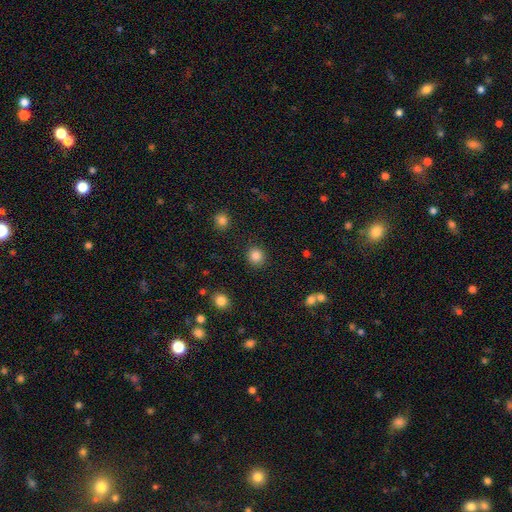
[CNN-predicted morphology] A smooth galaxy with no disk features (86%) that is round (89%).

Vote fractions:
- Smooth or featured? smooth: 86% / star or artifact: 10% / featured or disk: 4%
- How rounded? round: 89% / in between: 10% / cigar-shaped: 1%
- Merging? none: 91% / minor disturbance: 5% / major disturbance: 2% / merger: 2%